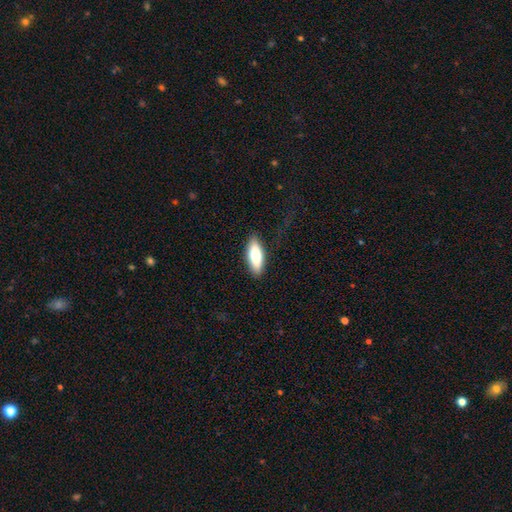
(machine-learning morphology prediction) smooth_or_featured: smooth (p=0.71) [alt: featured or disk p=0.23]
how_rounded: in between (p=0.68) [alt: cigar-shaped p=0.29]
merging: none (p=0.85) [alt: minor disturbance p=0.10]